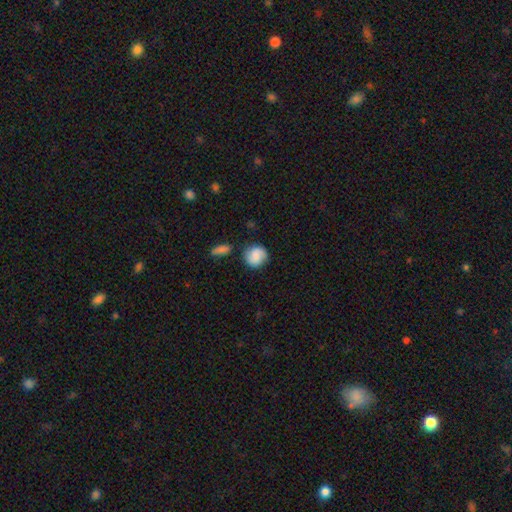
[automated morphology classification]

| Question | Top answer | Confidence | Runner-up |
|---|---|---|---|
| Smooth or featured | smooth | 76% | featured or disk (16%) |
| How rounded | round | 84% | in between (15%) |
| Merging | none | 72% | minor disturbance (17%) |